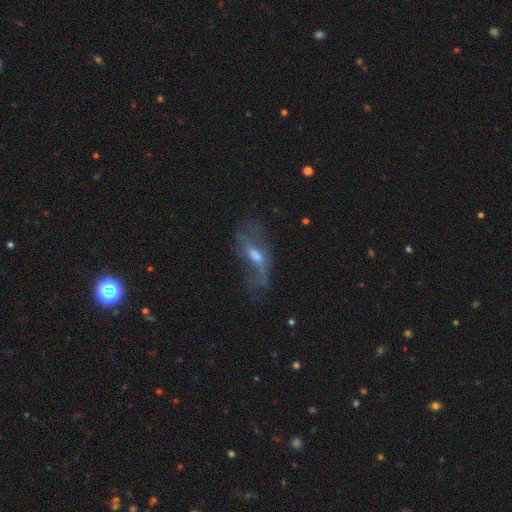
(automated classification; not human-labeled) This is likely a featured or disk galaxy (60%). It is clearly not viewed edge-on (81%). Merging: marginally none (42%).